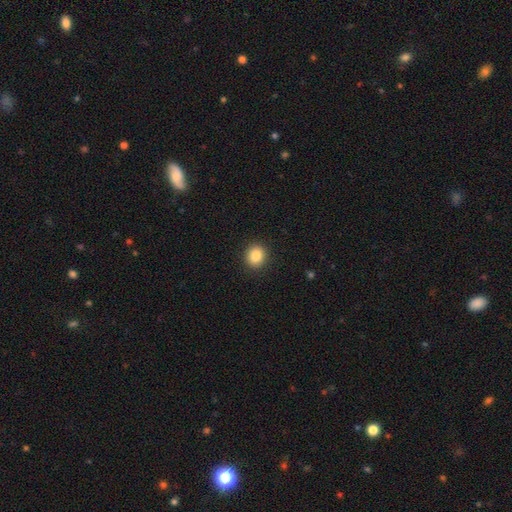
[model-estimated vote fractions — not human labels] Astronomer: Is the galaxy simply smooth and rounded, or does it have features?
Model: smooth — 86%.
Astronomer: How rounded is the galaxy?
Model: round — 82%.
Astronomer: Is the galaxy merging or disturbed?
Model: none — 91%.